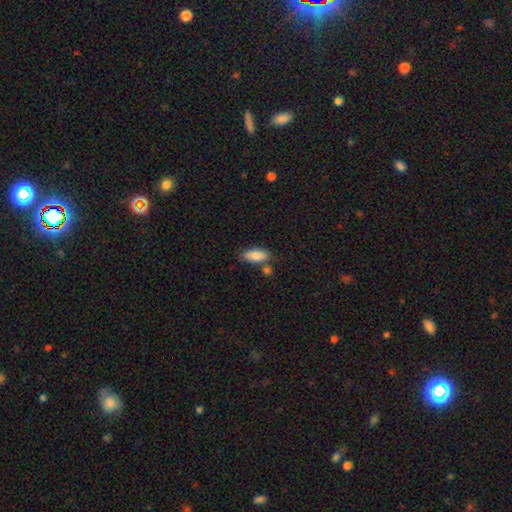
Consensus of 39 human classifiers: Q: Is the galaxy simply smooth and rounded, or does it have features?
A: smooth — 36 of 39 (92%).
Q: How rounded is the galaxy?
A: in between — 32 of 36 (89%).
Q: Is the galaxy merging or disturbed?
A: none — 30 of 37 (81%).